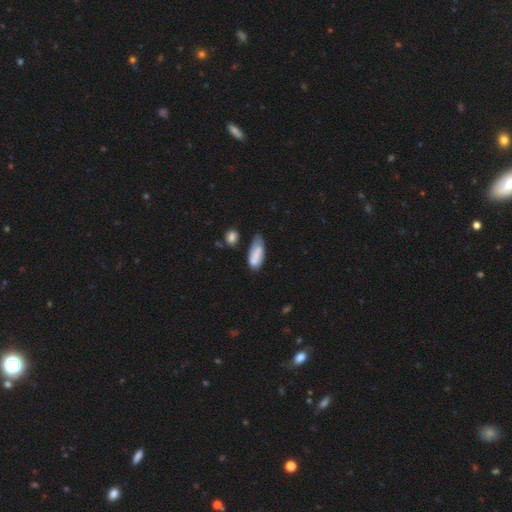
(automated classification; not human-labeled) Smooth or featured? smooth (74%)
How rounded? in between (77%)
Merging? none (43%)